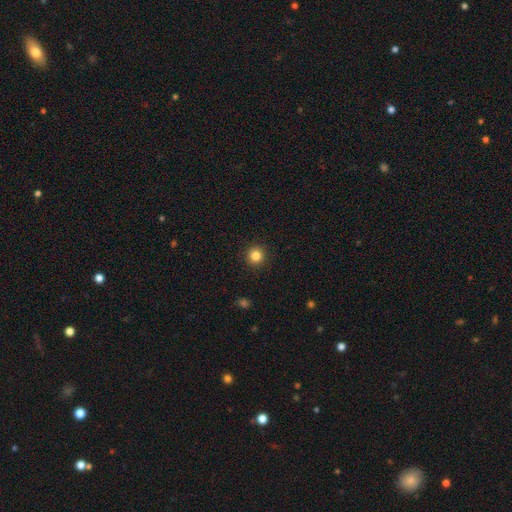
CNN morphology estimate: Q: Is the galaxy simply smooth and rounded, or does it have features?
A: smooth — 84%.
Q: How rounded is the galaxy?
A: round — 95%.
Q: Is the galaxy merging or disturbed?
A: none — 93%.